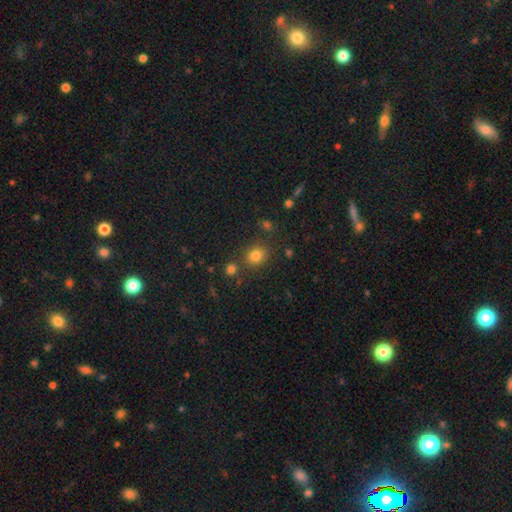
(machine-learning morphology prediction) Smooth or featured?
  - smooth: 80% *
  - star or artifact: 14%
  - featured or disk: 6%
How rounded?
  - round: 68% *
  - in between: 31%
  - cigar-shaped: 1%
Merging?
  - none: 79% *
  - minor disturbance: 10%
  - merger: 7%
  - major disturbance: 4%